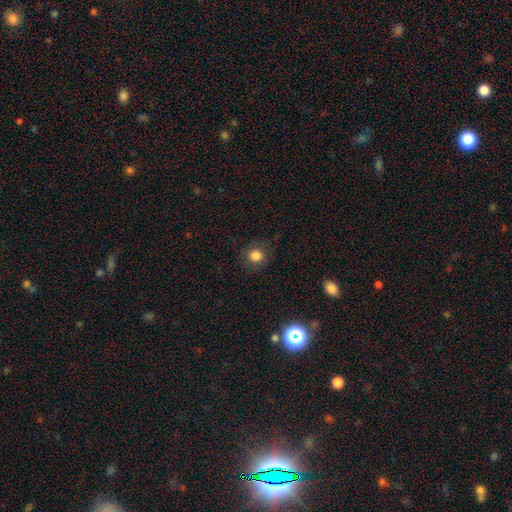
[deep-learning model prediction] Q: Smooth or featured?
A: smooth (81%); runner-up: star or artifact (12%)
Q: How rounded?
A: round (88%); runner-up: in between (12%)
Q: Merging?
A: none (85%); runner-up: minor disturbance (10%)